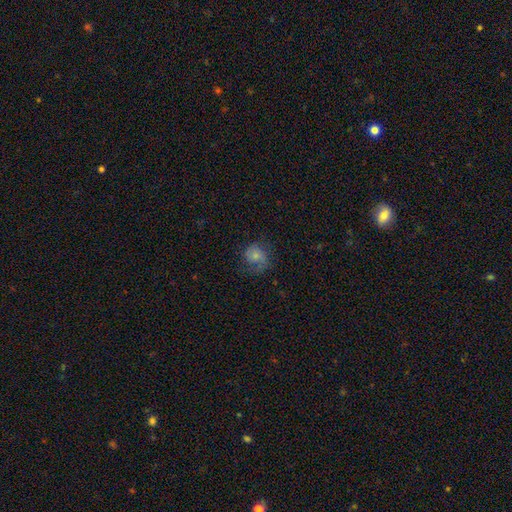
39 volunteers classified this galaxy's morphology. This is likely a smooth galaxy (69%). How rounded: likely round (78%). Merging: possibly none (51%).